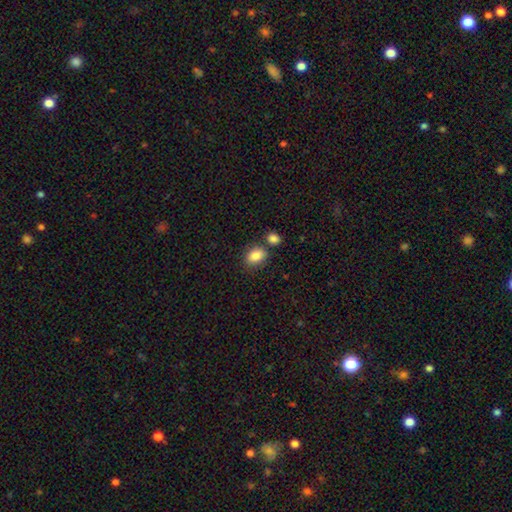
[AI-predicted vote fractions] Q: Smooth or featured?
A: smooth (85%); runner-up: star or artifact (9%)
Q: How rounded?
A: in between (72%); runner-up: round (27%)
Q: Merging?
A: none (66%); runner-up: merger (17%)